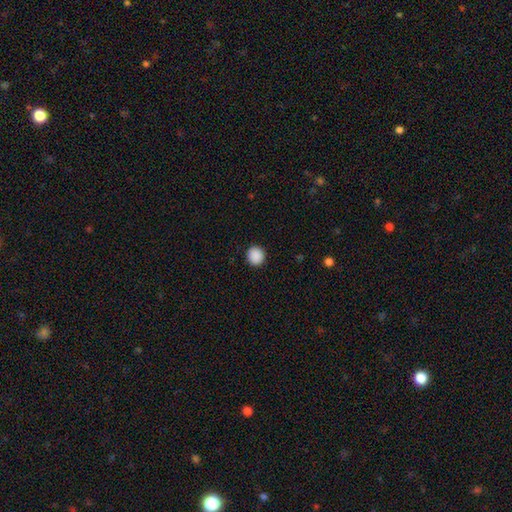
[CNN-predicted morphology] A smooth galaxy with no disk features (90%) that is round (91%). Merging: none (92%).